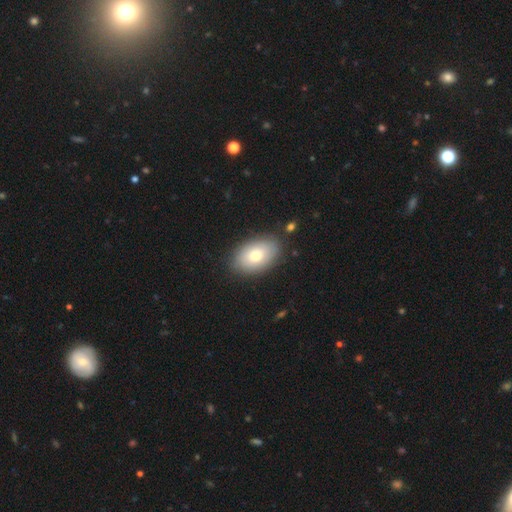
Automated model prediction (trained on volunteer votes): Overall: smooth (70%). How rounded: in between (88%). Merging: none (85%).